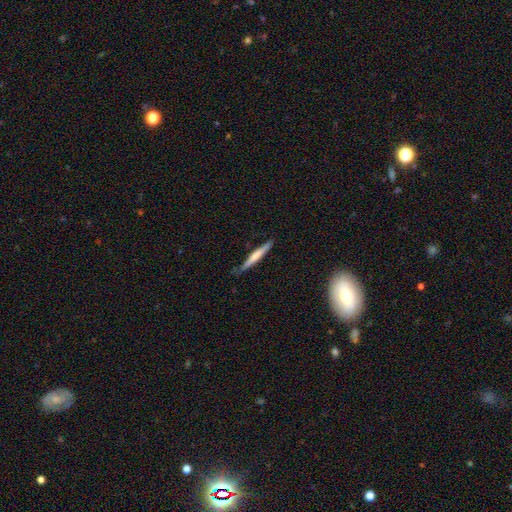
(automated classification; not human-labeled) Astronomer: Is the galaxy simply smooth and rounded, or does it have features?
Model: smooth — 53% (runner-up: featured or disk, 42%).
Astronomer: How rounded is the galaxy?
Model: cigar-shaped — 95%.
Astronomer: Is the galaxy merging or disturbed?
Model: none — 80%.